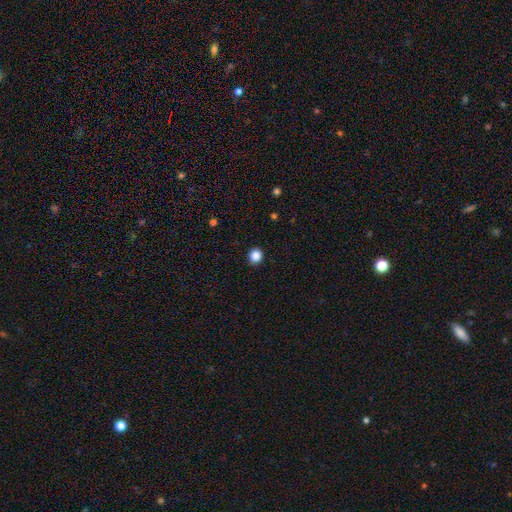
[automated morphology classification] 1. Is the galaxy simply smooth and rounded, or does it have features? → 86% smooth, 11% star or artifact, 3% featured or disk.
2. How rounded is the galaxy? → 87% round, 12% in between, 1% cigar-shaped.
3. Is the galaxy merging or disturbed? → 92% none, 5% minor disturbance, 2% major disturbance, 1% merger.